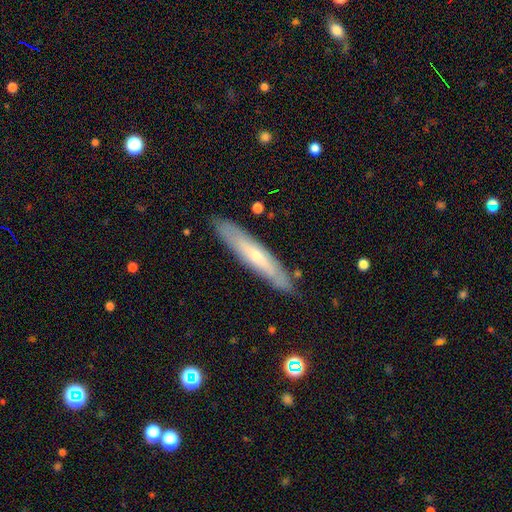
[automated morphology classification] Smooth or featured? featured or disk (49%)
Merging? none (85%)